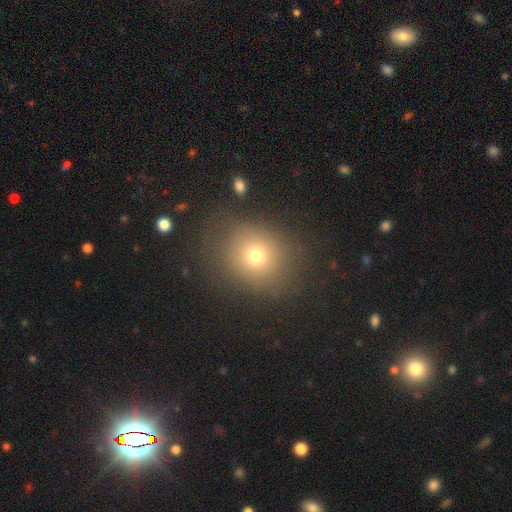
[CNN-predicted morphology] The model was most divided on "how rounded": round: 68%, in between: 31%, cigar-shaped: 1%. More confident: merging — none (81%); smooth or featured — smooth (71%).